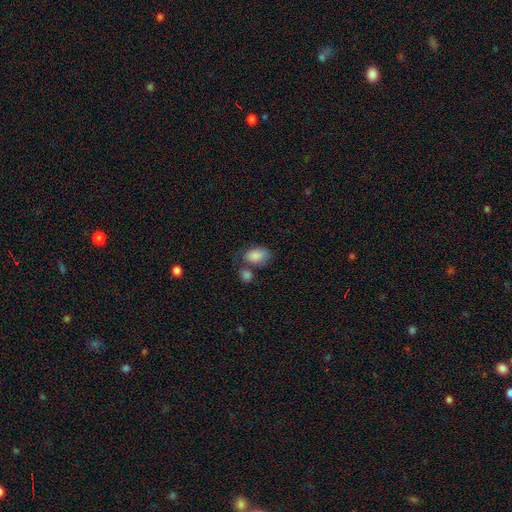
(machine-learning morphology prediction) Overall: smooth (84%). How rounded: in between (85%). Merging: none (41%; merger 28%).